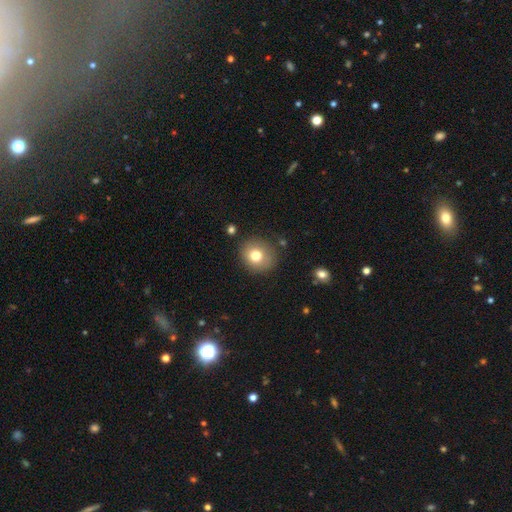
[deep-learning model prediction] smooth 77%, featured or disk 13%, star or artifact 11%. Down the decision tree: how rounded — round (83%); merging — none (83%).